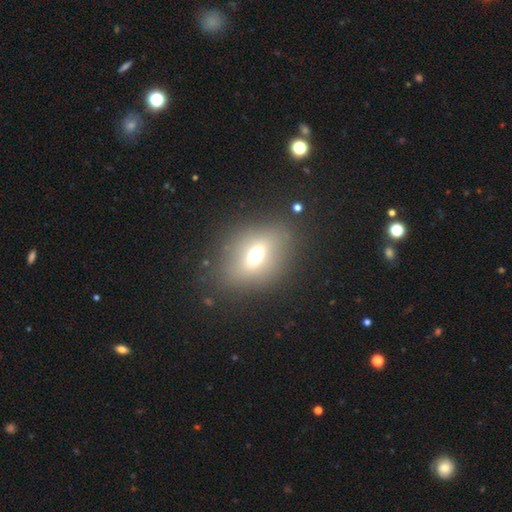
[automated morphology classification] Smooth or featured? smooth (60%)
How rounded? in between (60%)
Merging? none (80%)